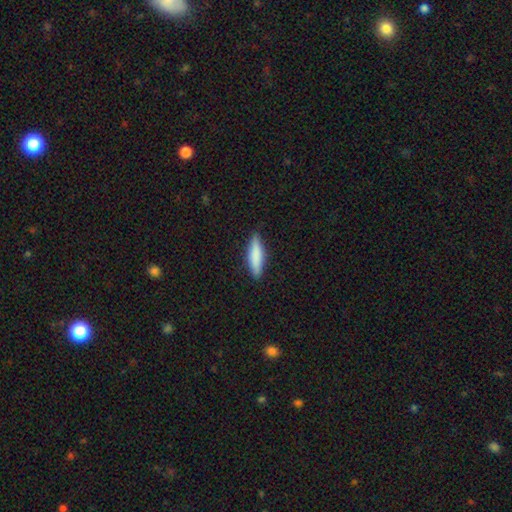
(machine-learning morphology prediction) smooth-or-featured: smooth: 80% | featured or disk: 15% | star or artifact: 6%
  how-rounded: cigar-shaped: 70% | in between: 28% | round: 2%
  merging: none: 87% | minor disturbance: 10% | major disturbance: 2% | merger: 1%